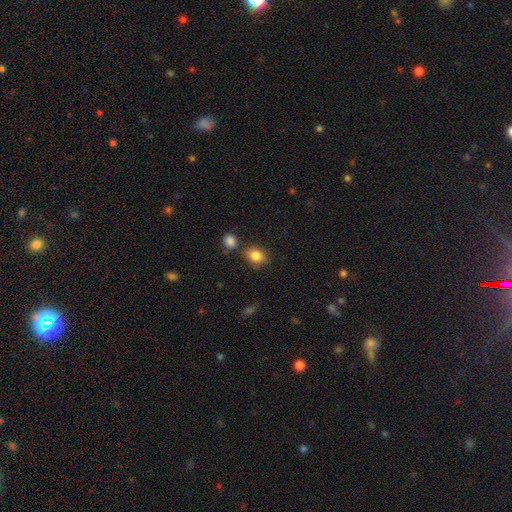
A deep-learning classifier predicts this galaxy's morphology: Smooth or featured? smooth (84%)
How rounded? in between (68%)
Merging? none (69%)